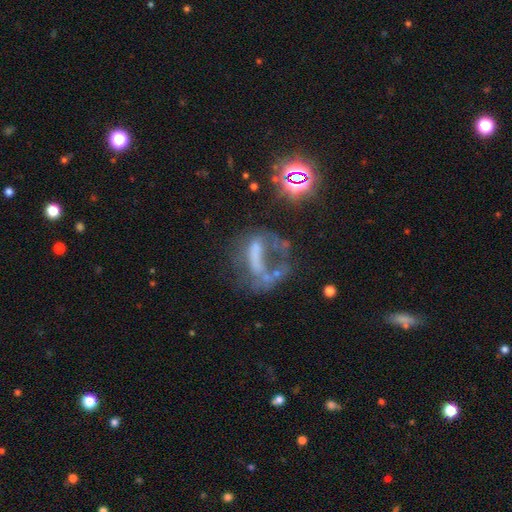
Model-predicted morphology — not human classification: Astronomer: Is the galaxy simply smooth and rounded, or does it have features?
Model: featured or disk — 51%.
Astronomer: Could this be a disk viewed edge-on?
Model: no — 94%.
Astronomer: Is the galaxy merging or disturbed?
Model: major disturbance — 46% (runner-up: none, 27%).